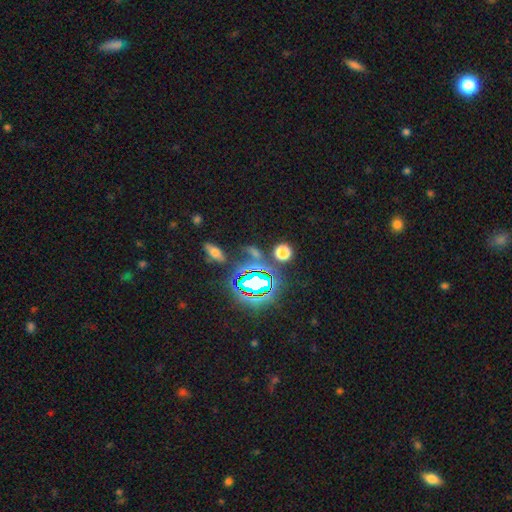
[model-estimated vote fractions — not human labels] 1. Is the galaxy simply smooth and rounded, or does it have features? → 66% star or artifact, 21% smooth, 13% featured or disk.